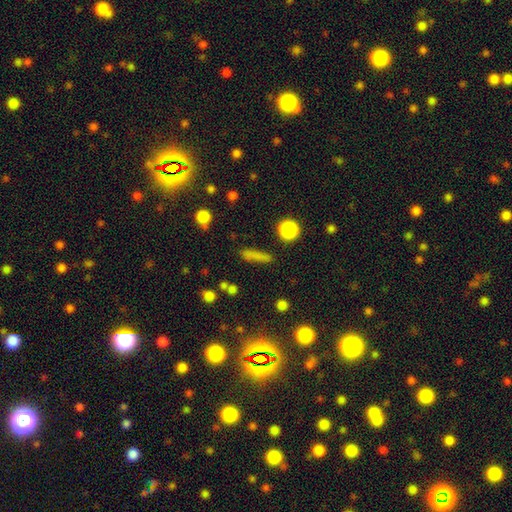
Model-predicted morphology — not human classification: Smooth or featured? smooth (71%)
How rounded? cigar-shaped (75%)
Merging? none (78%)